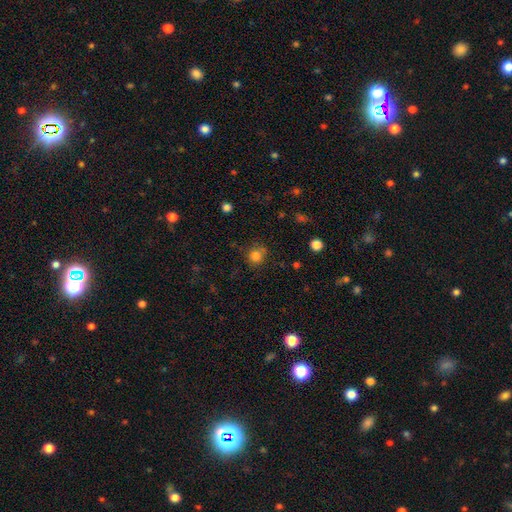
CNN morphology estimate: Q: Smooth or featured?
A: smooth (80%); runner-up: star or artifact (14%)
Q: How rounded?
A: round (83%); runner-up: in between (16%)
Q: Merging?
A: none (68%); runner-up: minor disturbance (18%)